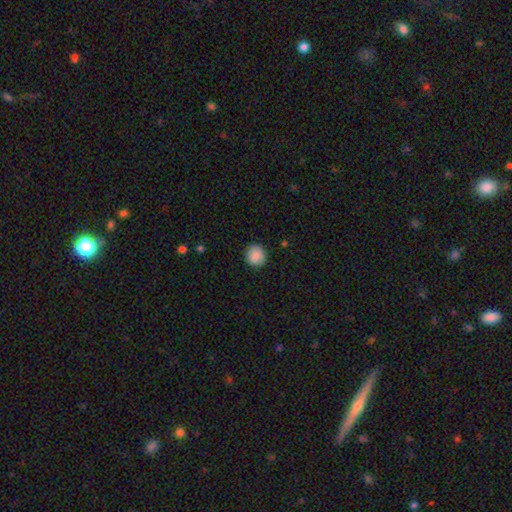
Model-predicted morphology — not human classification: This appears to be a smooth galaxy with no disk features (89%) that is round (92%). Merging: none (91%).